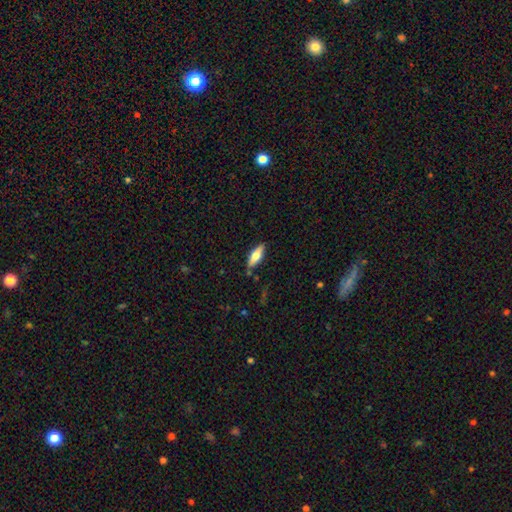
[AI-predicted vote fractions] smooth 61%, featured or disk 33%, star or artifact 6%. Down the decision tree: how rounded — in between (61%); merging — none (82%).